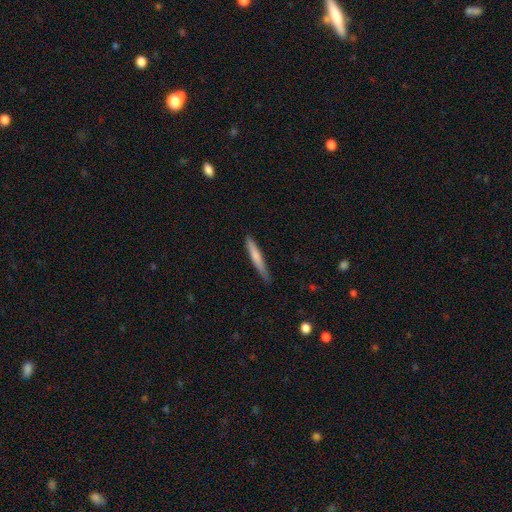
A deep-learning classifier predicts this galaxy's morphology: Smooth or featured: smooth — 70% (featured or disk — 24%)
How rounded: cigar-shaped — 95% (in between — 4%)
Merging: none — 80% (minor disturbance — 16%)